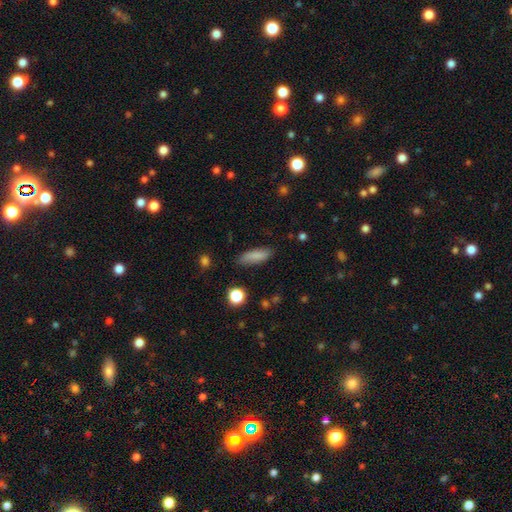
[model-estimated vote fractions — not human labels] smooth-or-featured: smooth: 84% | star or artifact: 8% | featured or disk: 8%
  how-rounded: in between: 51% | cigar-shaped: 47% | round: 2%
  merging: none: 84% | minor disturbance: 12% | major disturbance: 3% | merger: 2%